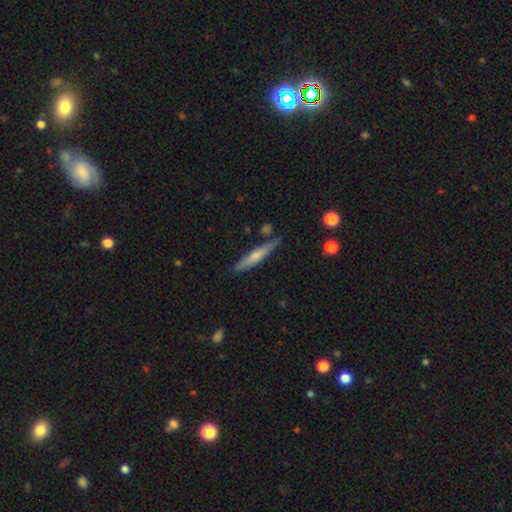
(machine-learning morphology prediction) smooth_or_featured: smooth (p=0.53) [alt: featured or disk p=0.41]
how_rounded: cigar-shaped (p=0.91) [alt: in between p=0.07]
merging: none (p=0.79) [alt: minor disturbance p=0.14]